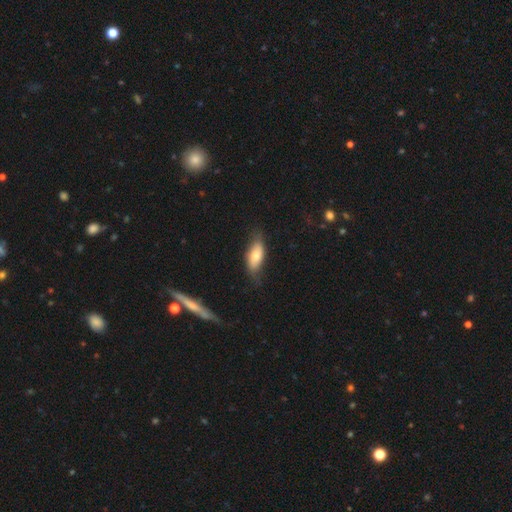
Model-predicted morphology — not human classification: Smooth or featured: smooth — 68% (featured or disk — 26%)
How rounded: in between — 83% (cigar-shaped — 14%)
Merging: none — 64% (minor disturbance — 26%)